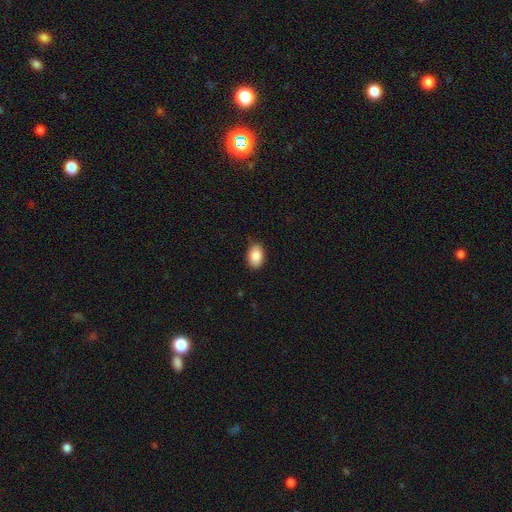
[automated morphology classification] smooth_or_featured: smooth (p=0.88) [alt: star or artifact p=0.07]
how_rounded: in between (p=0.88) [alt: round p=0.11]
merging: none (p=0.84) [alt: minor disturbance p=0.13]